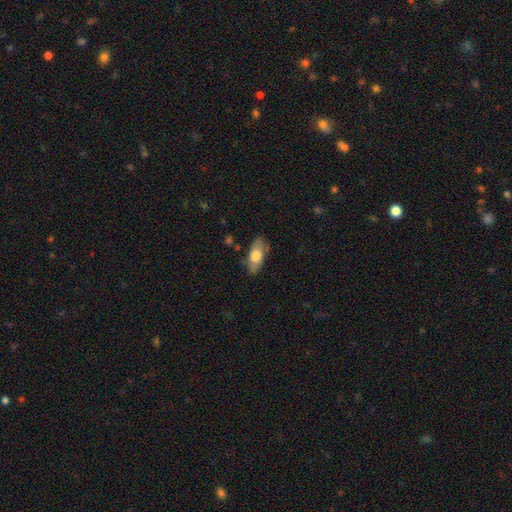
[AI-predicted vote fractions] Morphology: type=smooth (69%); roundness=in between (83%); merging=none (78%).